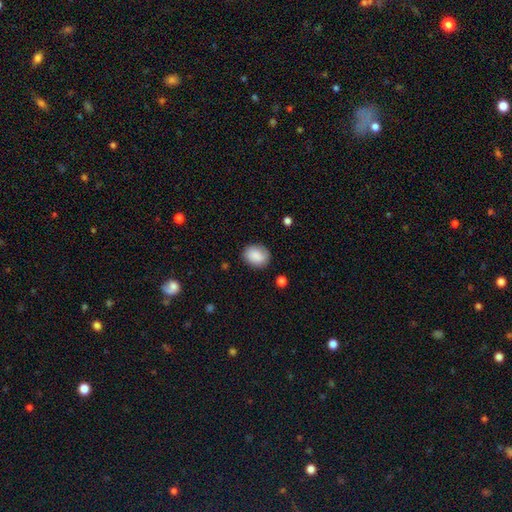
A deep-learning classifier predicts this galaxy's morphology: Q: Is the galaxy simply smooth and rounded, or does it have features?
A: smooth — 86%.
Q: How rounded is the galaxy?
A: in between — 50%.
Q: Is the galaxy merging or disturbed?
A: none — 80%.